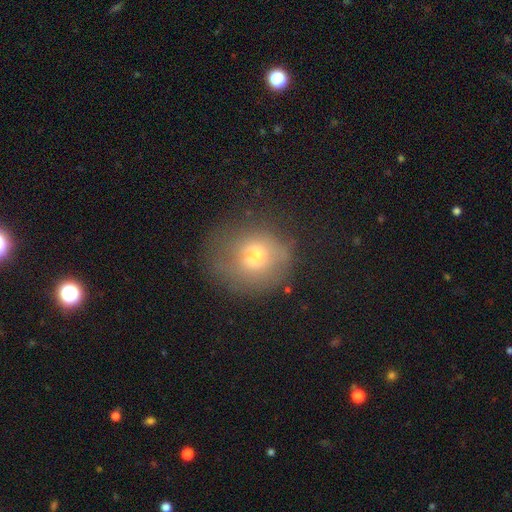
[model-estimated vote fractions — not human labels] Morphology: type=smooth (61%); roundness=round (79%); merging=none (51%).